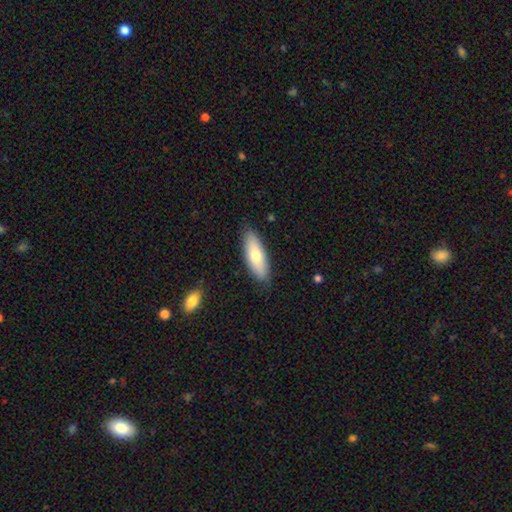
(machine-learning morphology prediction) A smooth galaxy with no disk features (71%) that is in between round and cigar-shaped (60%). Merging: none (86%).